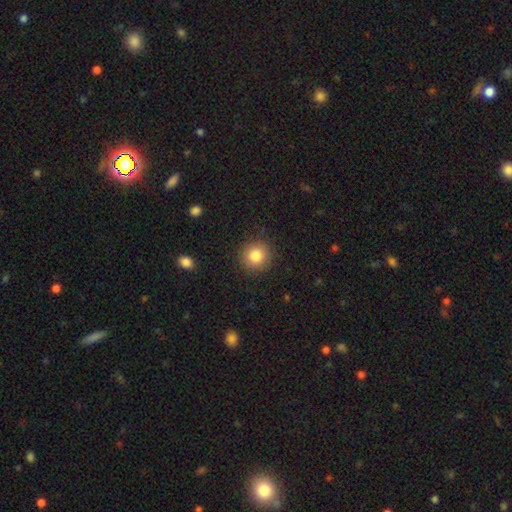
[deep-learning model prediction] smooth_or_featured: smooth (p=0.84) [alt: star or artifact p=0.10]
how_rounded: round (p=0.92) [alt: in between p=0.07]
merging: none (p=0.90) [alt: minor disturbance p=0.07]